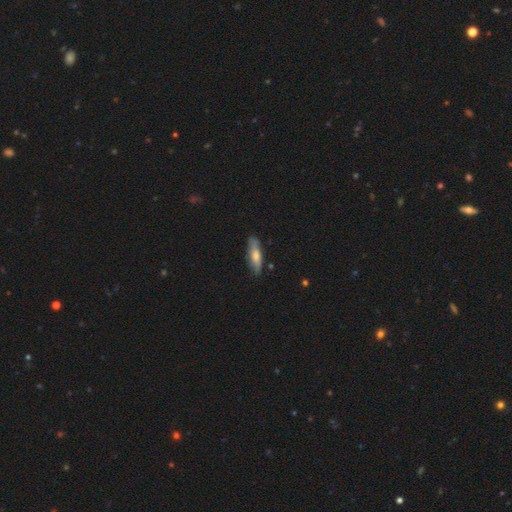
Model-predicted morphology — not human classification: Overall: smooth (60%; featured or disk 34%). How rounded: cigar-shaped (55%; in between 43%). Merging: none (76%).